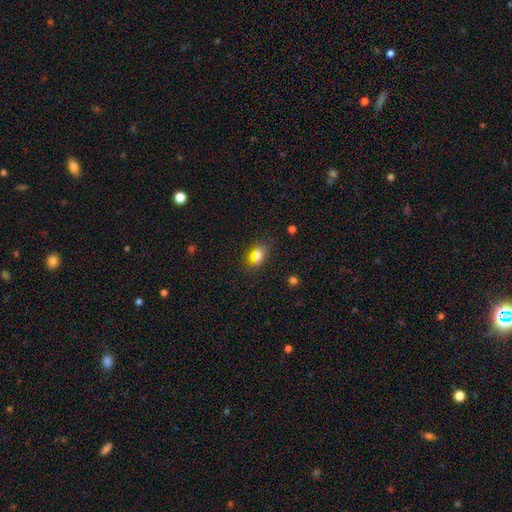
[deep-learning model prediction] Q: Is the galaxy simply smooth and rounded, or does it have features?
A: smooth — 69%.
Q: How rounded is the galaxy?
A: in between — 73%.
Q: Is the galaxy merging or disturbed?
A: none — 82%.